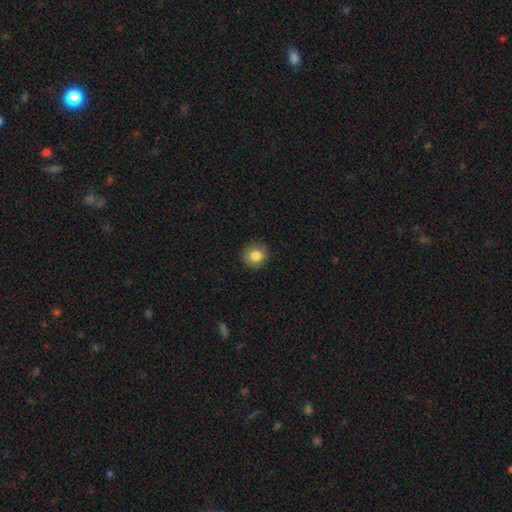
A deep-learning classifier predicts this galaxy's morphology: A smooth galaxy with no disk features (84%) that is round (91%).

Vote fractions:
- Smooth or featured? smooth: 84% / star or artifact: 9% / featured or disk: 7%
- How rounded? round: 91% / in between: 8% / cigar-shaped: 1%
- Merging? none: 90% / minor disturbance: 7% / major disturbance: 2% / merger: 1%